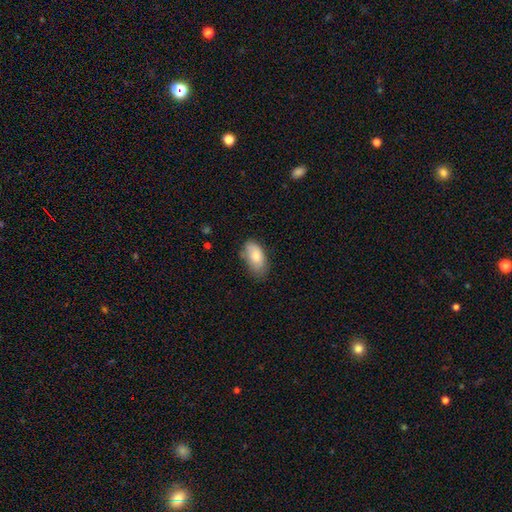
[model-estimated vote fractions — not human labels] A smooth galaxy with no disk features (78%) that is in between round and cigar-shaped (93%).

Vote fractions:
- Smooth or featured? smooth: 78% / featured or disk: 15% / star or artifact: 7%
- How rounded? in between: 93% / round: 4% / cigar-shaped: 3%
- Merging? none: 61% / minor disturbance: 30% / major disturbance: 7% / merger: 2%